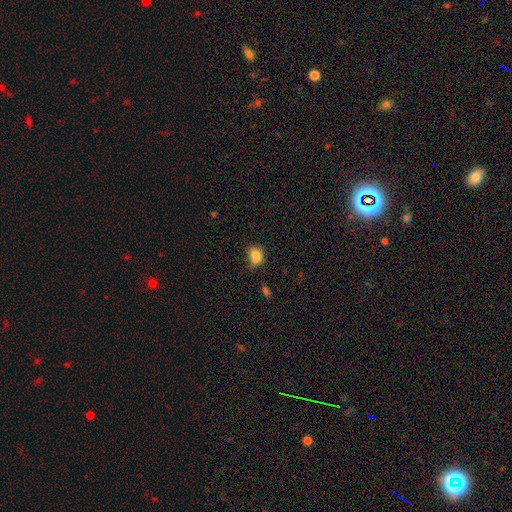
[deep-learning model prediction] Smooth or featured: smooth — 84% (star or artifact — 10%)
How rounded: in between — 54% (round — 45%)
Merging: none — 48% (minor disturbance — 36%)